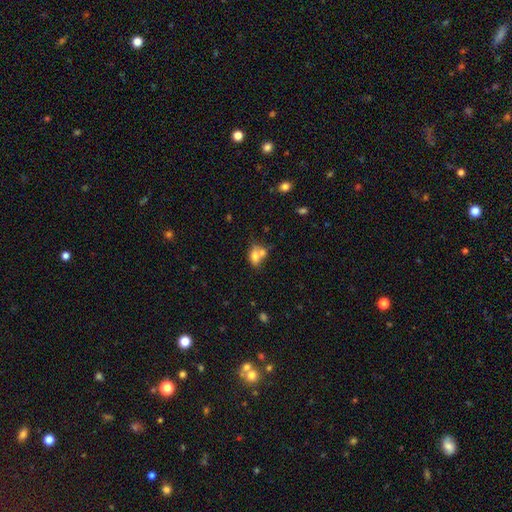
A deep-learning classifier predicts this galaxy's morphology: Smooth or featured? smooth (68%)
How rounded? in between (71%)
Merging? merger (54%)